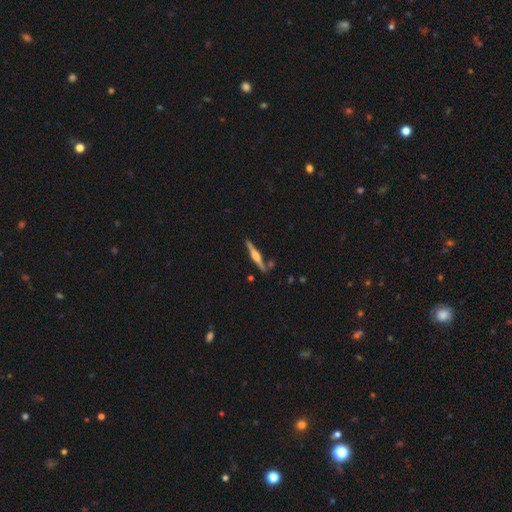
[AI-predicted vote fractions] Smooth or featured? featured or disk (74%)
Edge-on disk? yes (98%)
Edge-on bulge? rounded (83%)
Merging? none (83%)